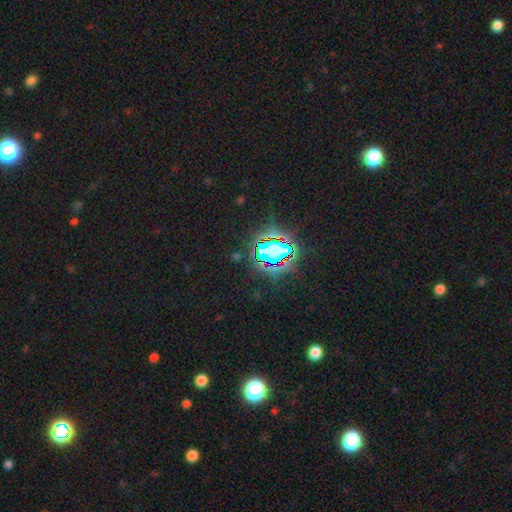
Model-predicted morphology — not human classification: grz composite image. It shows a star or artifact, not a galaxy (81%).